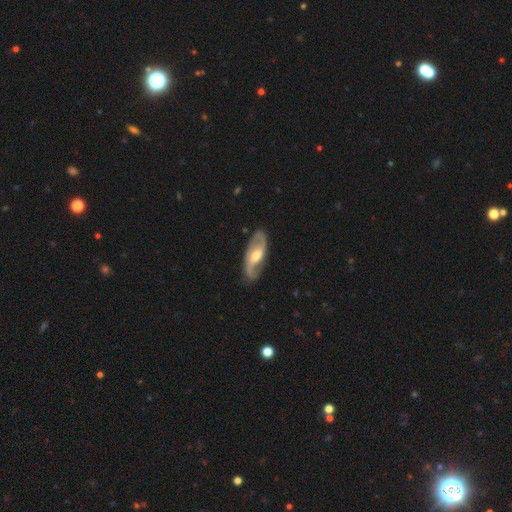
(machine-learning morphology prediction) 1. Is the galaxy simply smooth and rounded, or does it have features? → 83% featured or disk, 12% smooth, 4% star or artifact.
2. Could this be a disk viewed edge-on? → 93% no, 7% yes.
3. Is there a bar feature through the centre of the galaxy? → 48% weak, 28% no, 25% strong.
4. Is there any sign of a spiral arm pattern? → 93% yes, 7% no.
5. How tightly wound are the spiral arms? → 47% medium, 36% loose, 17% tight.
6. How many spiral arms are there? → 91% 2, 4% can't tell, 2% 1, 1% 3, 1% 4, 1% more than 4.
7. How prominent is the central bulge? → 67% moderate, 21% small, 10% large, 2% none, 1% dominant.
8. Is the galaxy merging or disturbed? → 82% none, 13% minor disturbance, 4% major disturbance, 1% merger.